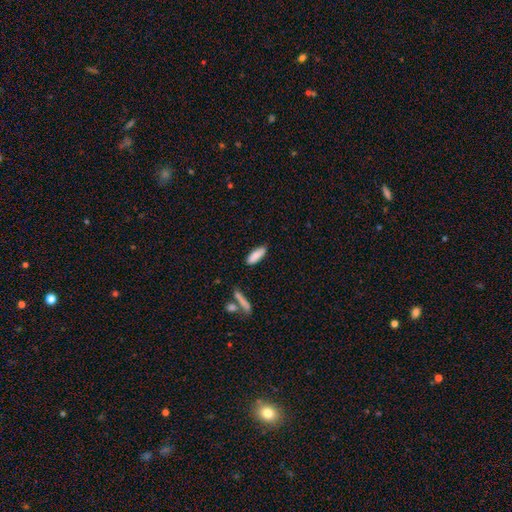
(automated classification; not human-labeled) This appears to be a smooth galaxy with no disk features (86%) that is in between round and cigar-shaped (60%). Merging: none (81%).